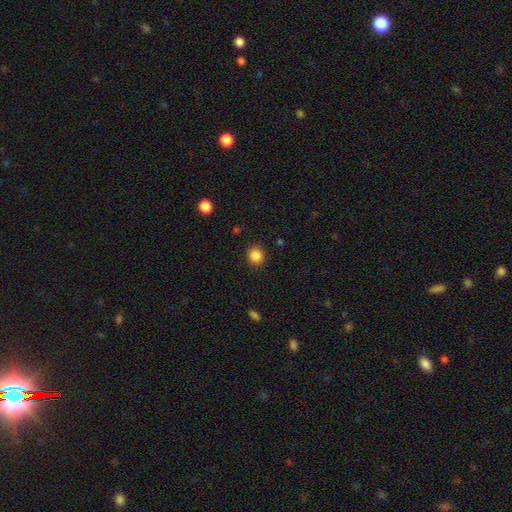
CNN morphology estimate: The model was most divided on "how rounded": round: 77%, in between: 22%, cigar-shaped: 1%. More confident: merging — none (89%); smooth or featured — smooth (86%).